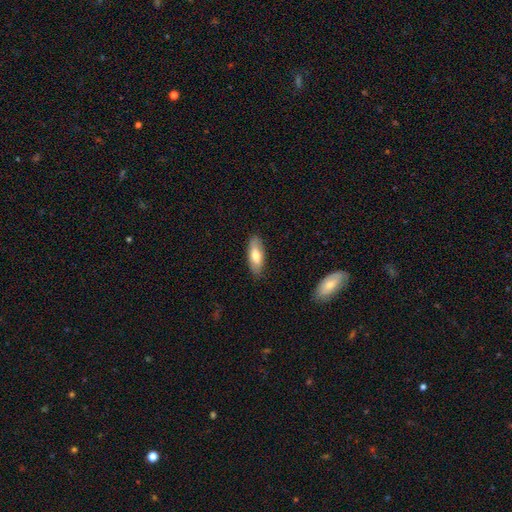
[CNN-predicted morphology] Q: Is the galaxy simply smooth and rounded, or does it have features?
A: smooth — 69%.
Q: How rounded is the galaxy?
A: in between — 71%.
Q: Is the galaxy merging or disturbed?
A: none — 86%.